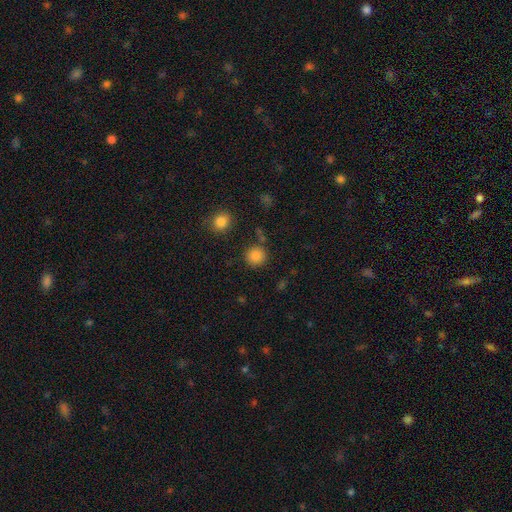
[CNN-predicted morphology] Smooth or featured? Predicted: smooth (p=0.85). How rounded? Predicted: round (p=0.92). Merging? Predicted: none (p=0.84).